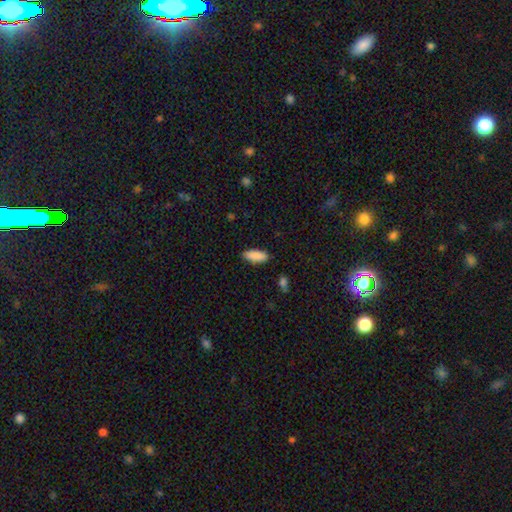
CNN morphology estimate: Overall: smooth (89%). How rounded: in between (76%). Merging: none (87%).